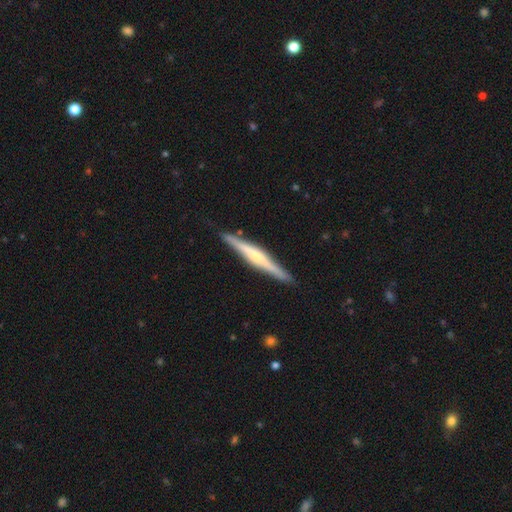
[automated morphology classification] Overall: featured or disk (73%). Edge-on disk: yes (97%). Edge-on bulge: rounded (70%). Merging: none (89%).